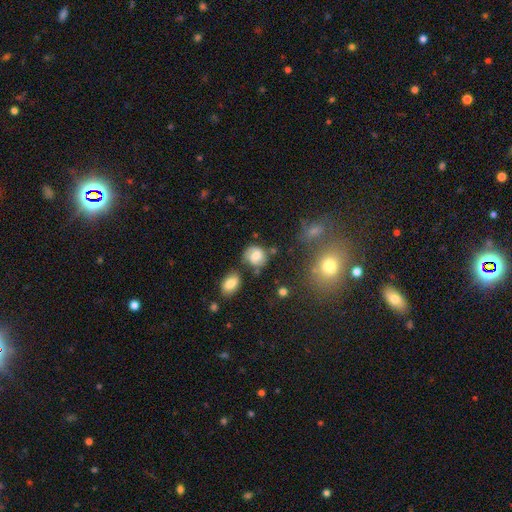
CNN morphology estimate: smooth-or-featured: smooth: 59% | featured or disk: 31% | star or artifact: 10%
  how-rounded: round: 68% | in between: 31% | cigar-shaped: 1%
  merging: none: 57% | minor disturbance: 22% | merger: 11% | major disturbance: 9%